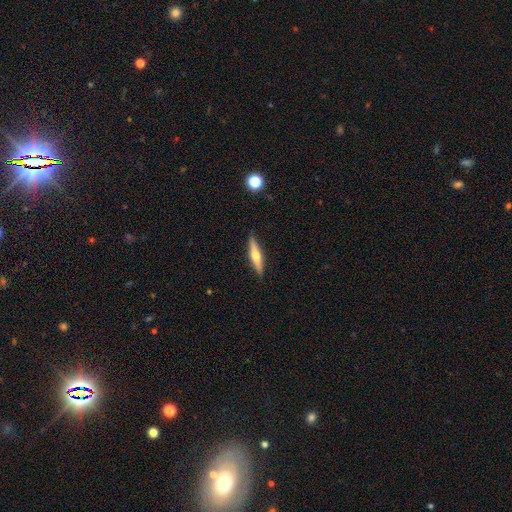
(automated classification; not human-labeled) smooth-or-featured: featured or disk: 57% | smooth: 37% | star or artifact: 6%
  disk-edge-on: yes: 95% | no: 5%
    edge-on-bulge: rounded: 92% | none: 4% | boxy: 3%
  merging: none: 90% | minor disturbance: 8% | major disturbance: 2% | merger: 1%